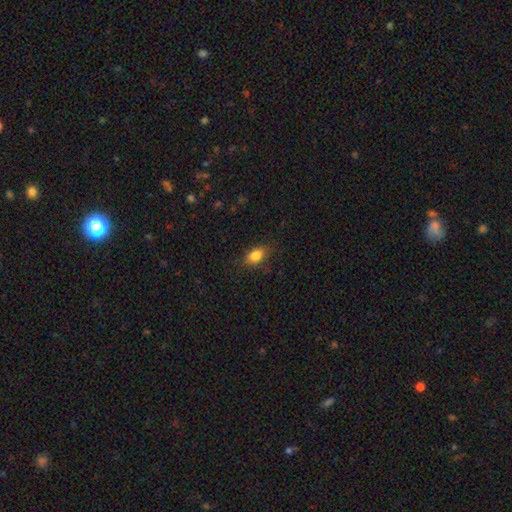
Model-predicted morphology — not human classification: Smooth or featured: smooth — 83% (star or artifact — 9%)
How rounded: in between — 80% (round — 17%)
Merging: none — 83% (minor disturbance — 13%)